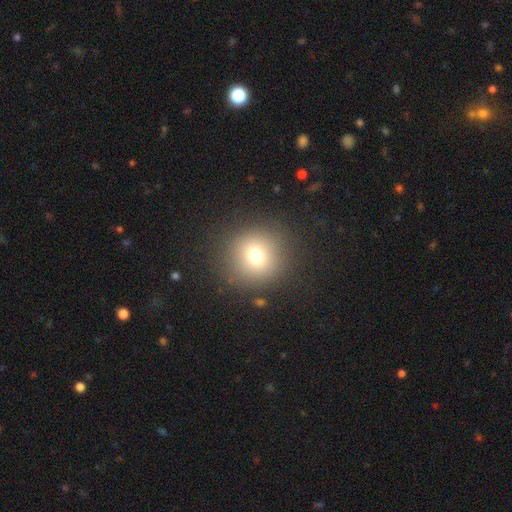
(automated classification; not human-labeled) Smooth or featured: smooth — 74% (star or artifact — 15%)
How rounded: round — 93% (in between — 6%)
Merging: none — 88% (minor disturbance — 7%)